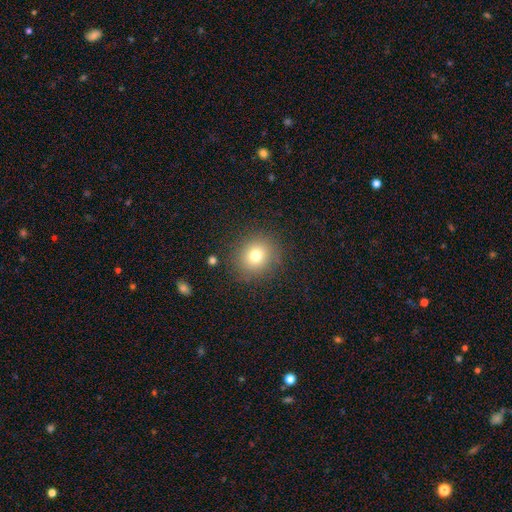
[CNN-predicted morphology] type=smooth (75%); roundness=round (88%); merging=none (87%).